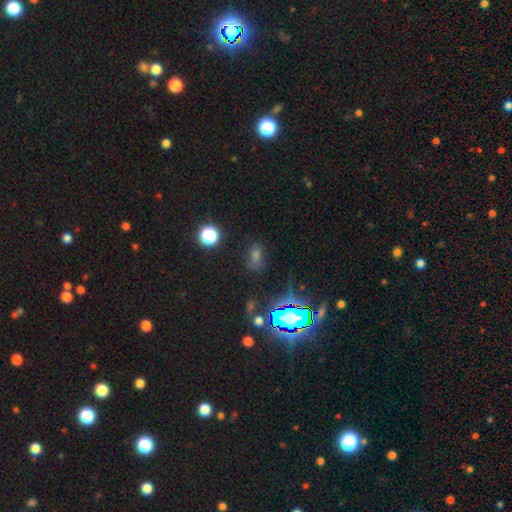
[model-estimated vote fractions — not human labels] The model was most divided on "smooth or featured": smooth: 48%, star or artifact: 40%, featured or disk: 11%. More confident: merging — none (77%).